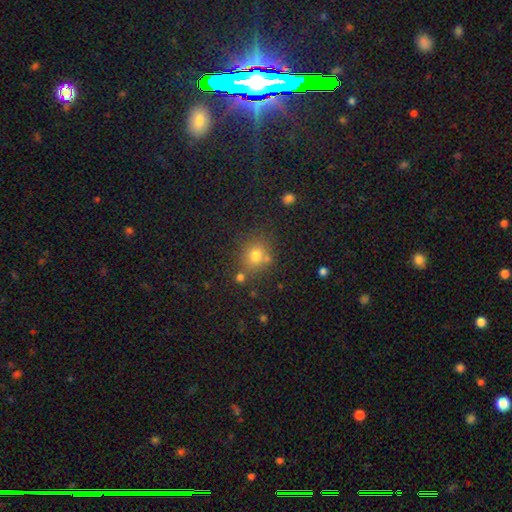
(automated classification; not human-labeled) Overall: smooth (73%). How rounded: round (78%). Merging: none (70%).